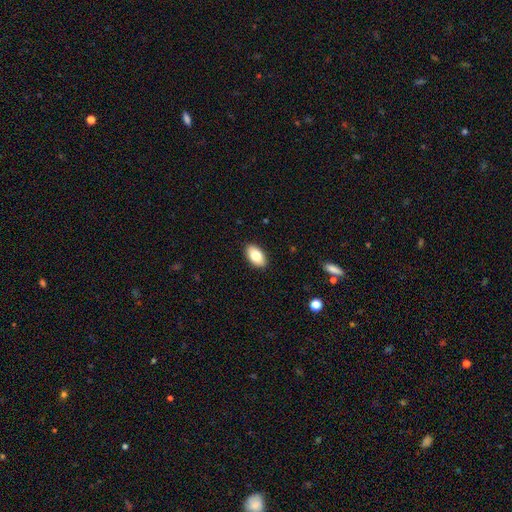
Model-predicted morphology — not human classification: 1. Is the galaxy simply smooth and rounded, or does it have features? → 82% smooth, 12% featured or disk, 7% star or artifact.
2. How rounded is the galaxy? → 94% in between, 4% round, 2% cigar-shaped.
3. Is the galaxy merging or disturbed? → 90% none, 8% minor disturbance, 2% major disturbance, 1% merger.